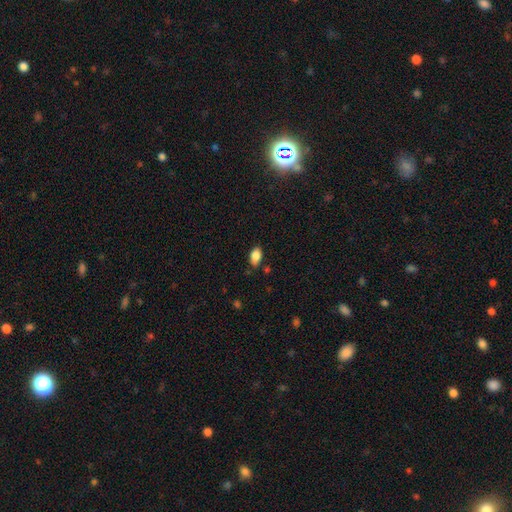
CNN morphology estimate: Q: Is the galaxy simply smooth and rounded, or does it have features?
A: smooth — 86%.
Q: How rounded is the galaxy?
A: in between — 91%.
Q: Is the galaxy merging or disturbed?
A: none — 81%.